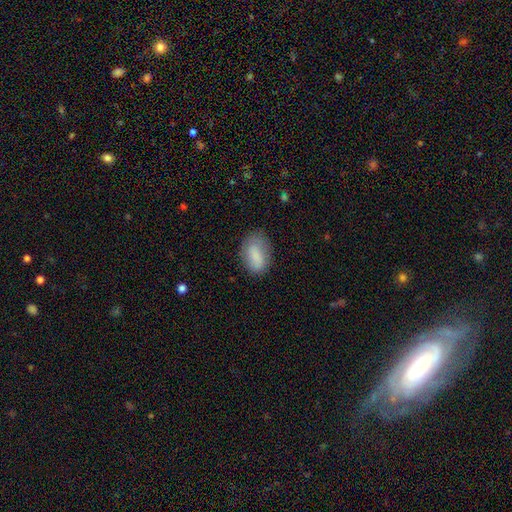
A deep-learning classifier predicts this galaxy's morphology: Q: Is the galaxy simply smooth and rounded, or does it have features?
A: smooth — 83%.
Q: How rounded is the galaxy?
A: in between — 89%.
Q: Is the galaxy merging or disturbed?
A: none — 70%.